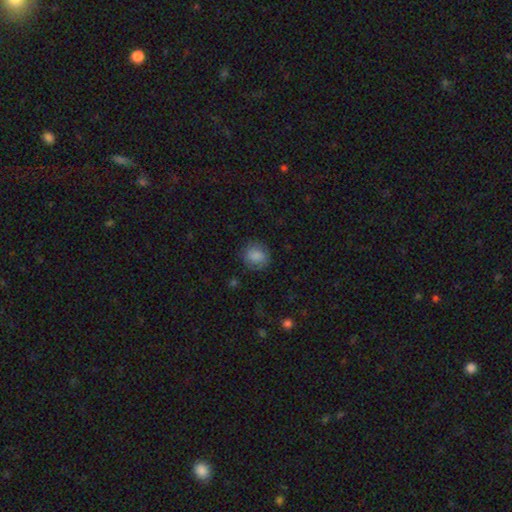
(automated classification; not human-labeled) Smooth or featured: smooth — 84% (star or artifact — 8%)
How rounded: round — 81% (in between — 18%)
Merging: none — 82% (minor disturbance — 13%)